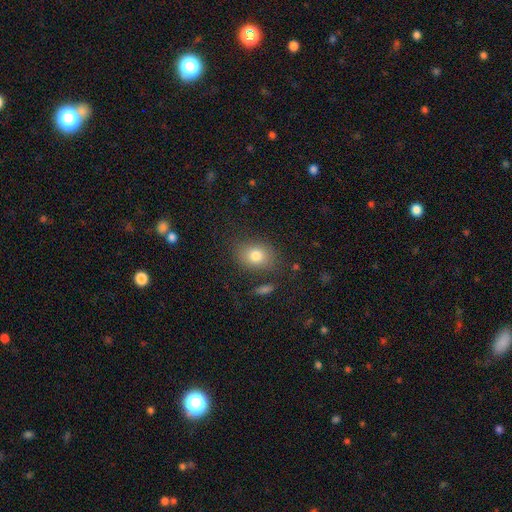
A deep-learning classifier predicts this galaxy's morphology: Overall: smooth (79%). How rounded: in between (60%; round 39%). Merging: none (79%).